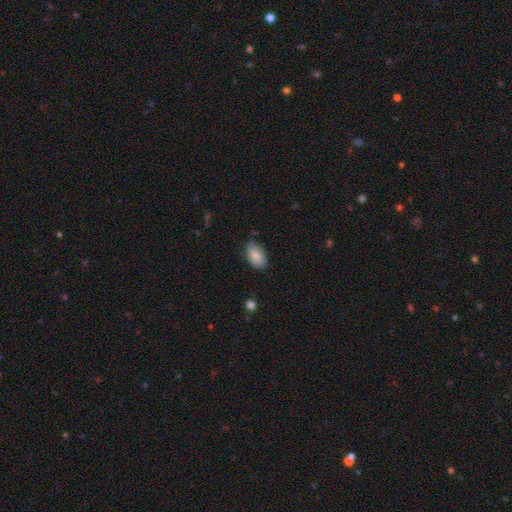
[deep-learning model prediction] smooth_or_featured: smooth (p=0.86) [alt: featured or disk p=0.08]
how_rounded: in between (p=0.94) [alt: round p=0.05]
merging: none (p=0.82) [alt: minor disturbance p=0.15]